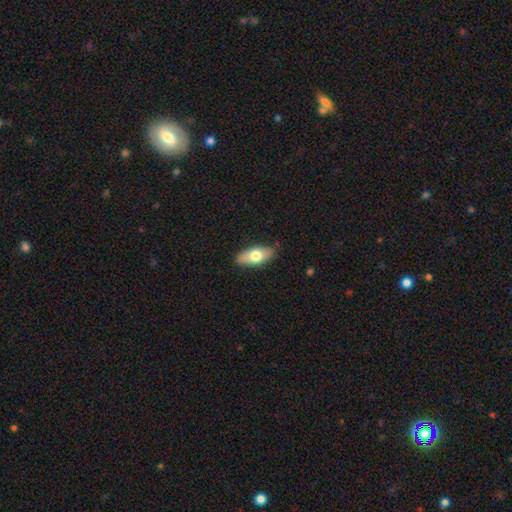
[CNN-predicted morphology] Q: Smooth or featured?
A: smooth (68%); runner-up: featured or disk (26%)
Q: How rounded?
A: in between (84%); runner-up: cigar-shaped (12%)
Q: Merging?
A: none (85%); runner-up: minor disturbance (12%)